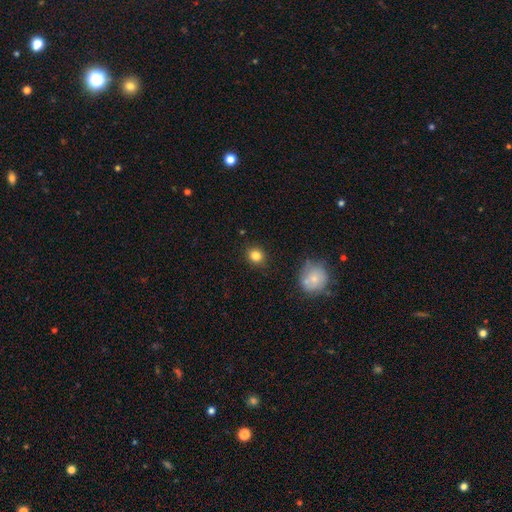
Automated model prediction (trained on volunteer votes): Morphology: type=smooth (83%); roundness=round (79%); merging=none (88%).